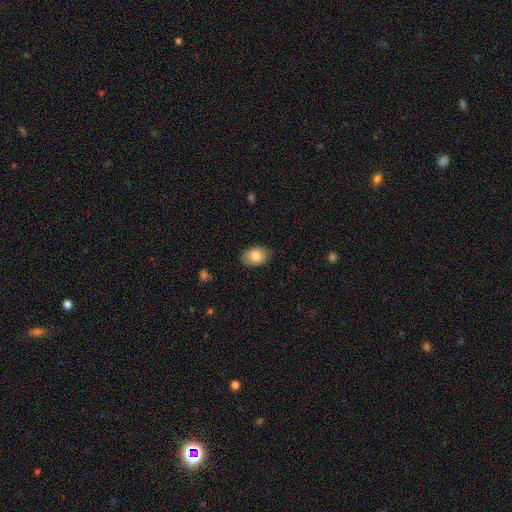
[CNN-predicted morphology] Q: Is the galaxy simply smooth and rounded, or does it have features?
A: smooth — 85%.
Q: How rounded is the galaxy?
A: in between — 84%.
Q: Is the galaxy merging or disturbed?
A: none — 86%.